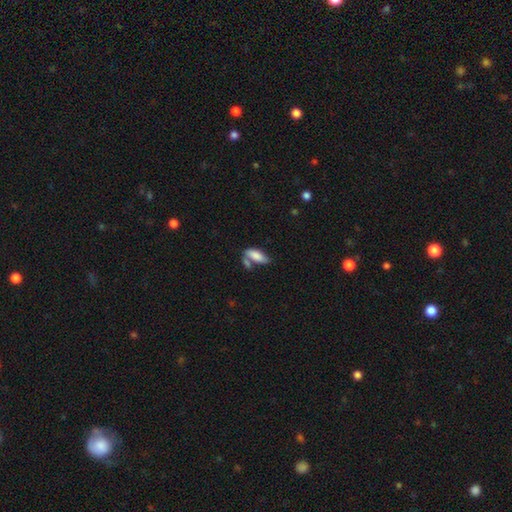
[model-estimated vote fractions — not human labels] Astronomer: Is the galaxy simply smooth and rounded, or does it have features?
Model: smooth — 80%.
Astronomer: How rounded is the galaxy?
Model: in between — 79%.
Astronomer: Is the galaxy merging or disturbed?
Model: none — 39% (runner-up: merger, 36%).